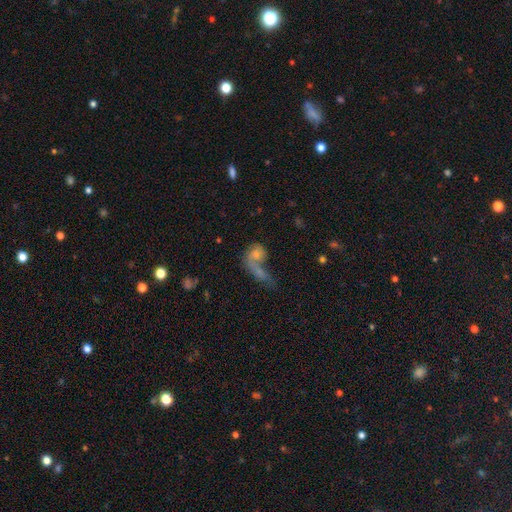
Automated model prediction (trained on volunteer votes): This appears to be a smooth galaxy with no disk features (60%) that is in between round and cigar-shaped (55%). Merging: merger (63%).